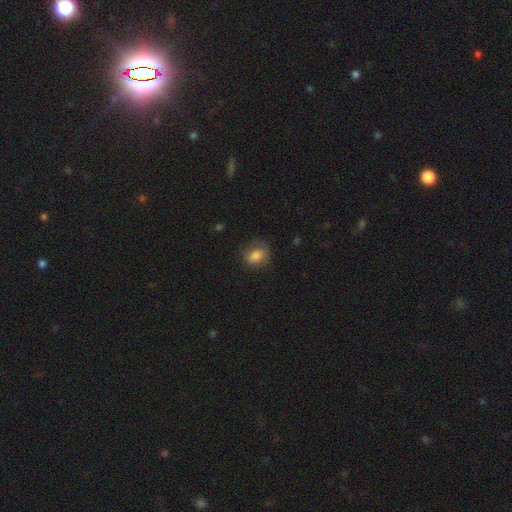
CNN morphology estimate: Smooth or featured? Predicted: smooth (p=0.75). How rounded? Predicted: in between (p=0.54). Merging? Predicted: none (p=0.71).